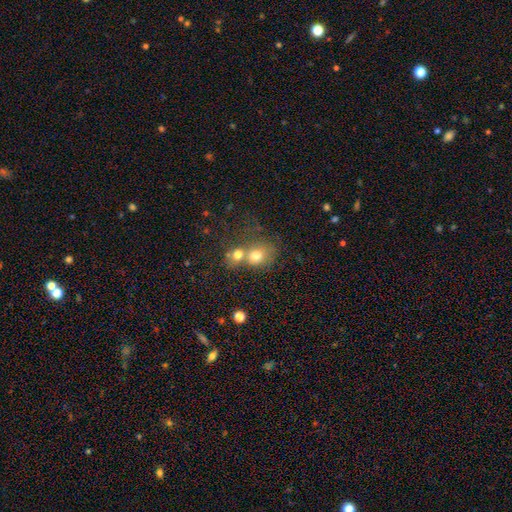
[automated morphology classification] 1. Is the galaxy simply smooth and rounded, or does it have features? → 72% smooth, 16% featured or disk, 12% star or artifact.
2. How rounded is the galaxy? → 62% round, 37% in between, 1% cigar-shaped.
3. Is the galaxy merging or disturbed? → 61% merger, 27% none, 7% minor disturbance, 5% major disturbance.